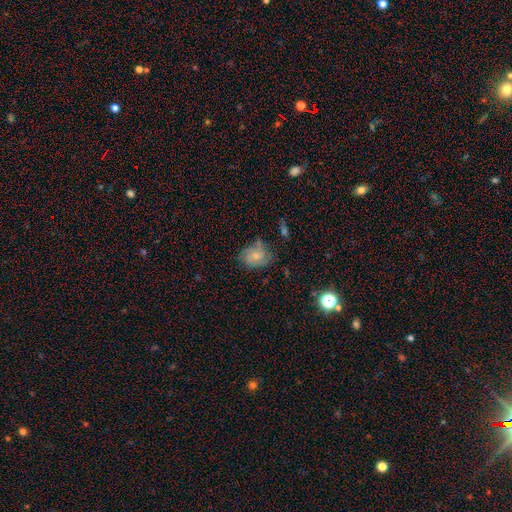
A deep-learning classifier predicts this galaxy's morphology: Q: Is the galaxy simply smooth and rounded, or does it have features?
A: smooth — 56%.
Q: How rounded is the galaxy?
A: in between — 57%.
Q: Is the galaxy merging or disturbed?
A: none — 56%.